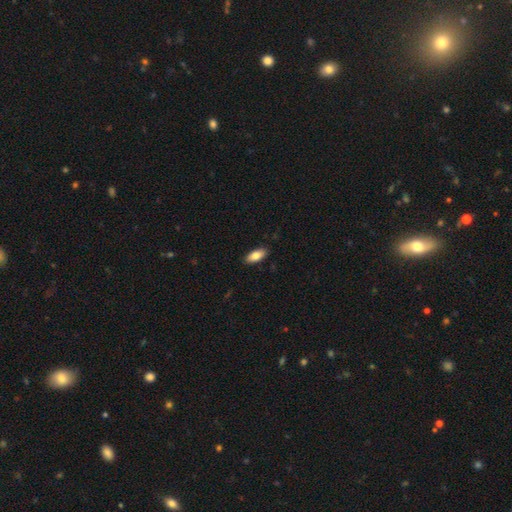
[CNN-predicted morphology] Q: Smooth or featured?
A: smooth (83%); runner-up: featured or disk (11%)
Q: How rounded?
A: in between (87%); runner-up: cigar-shaped (11%)
Q: Merging?
A: none (89%); runner-up: minor disturbance (9%)